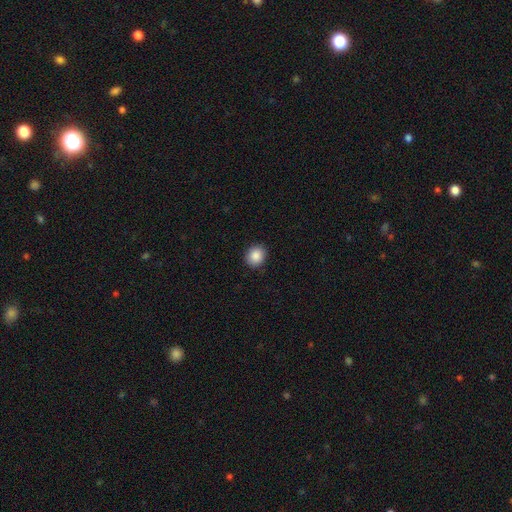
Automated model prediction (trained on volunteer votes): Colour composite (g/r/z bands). It shows a smooth galaxy with no disk features (88%) that is round (77%). Merging: none (90%).